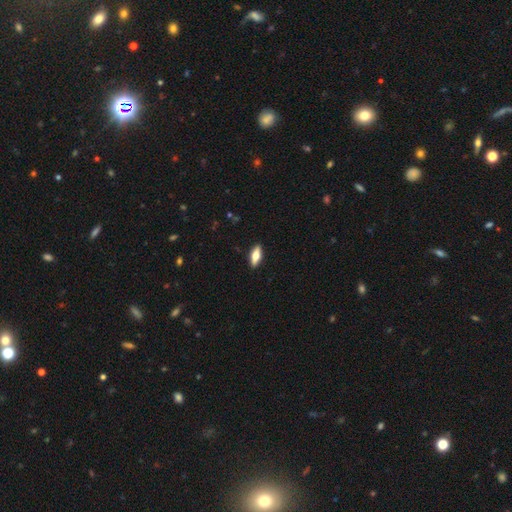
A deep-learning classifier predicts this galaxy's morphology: Q: Smooth or featured?
A: smooth (61%); runner-up: featured or disk (32%)
Q: How rounded?
A: in between (68%); runner-up: cigar-shaped (29%)
Q: Merging?
A: none (90%); runner-up: minor disturbance (7%)